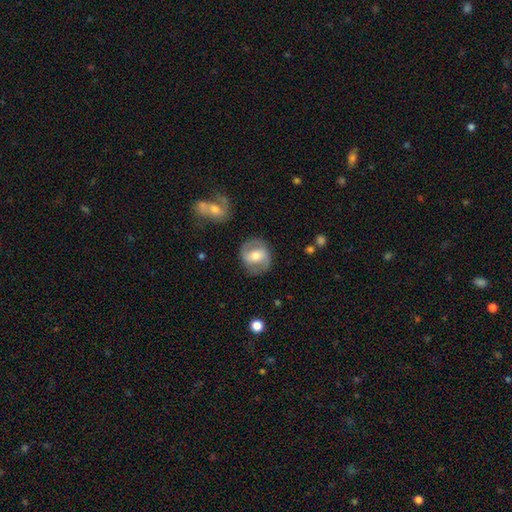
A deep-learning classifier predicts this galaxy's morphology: A featured or disk galaxy (55%) with a weak bar (39%), spiral arms (65%) and a moderate central bulge (67%). Merging: none (80%).